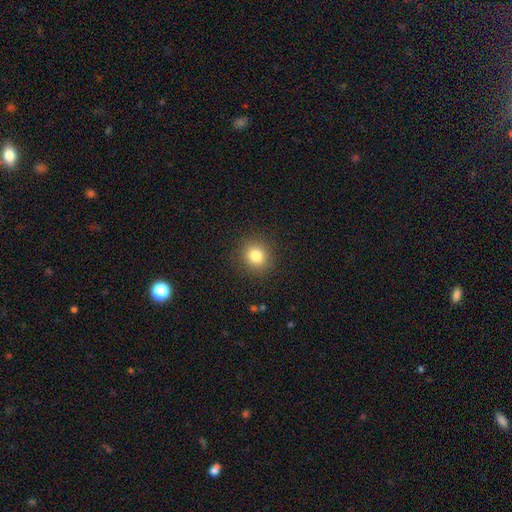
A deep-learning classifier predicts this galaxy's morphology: This is clearly a smooth galaxy (82%). How rounded: clearly round (83%). Merging: clearly none (89%).